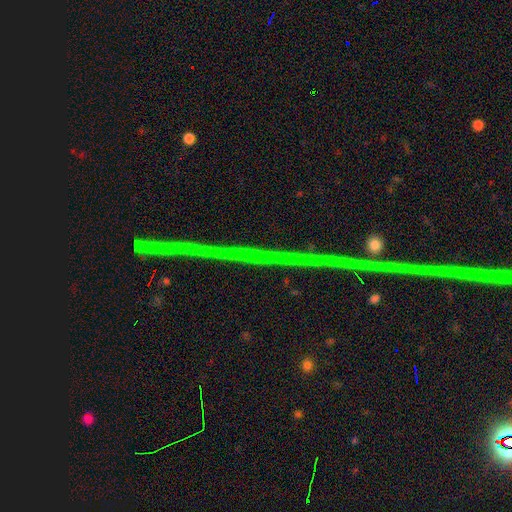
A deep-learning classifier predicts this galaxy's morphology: star or artifact 85%, featured or disk 10%, smooth 5%.